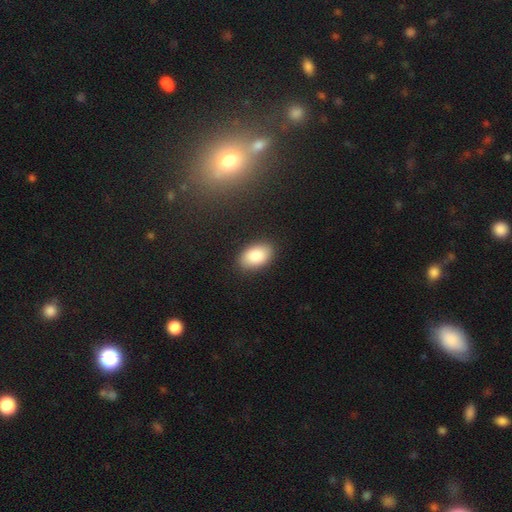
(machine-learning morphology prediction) Q: Smooth or featured?
A: smooth (85%); runner-up: featured or disk (8%)
Q: How rounded?
A: in between (92%); runner-up: round (6%)
Q: Merging?
A: none (87%); runner-up: minor disturbance (9%)